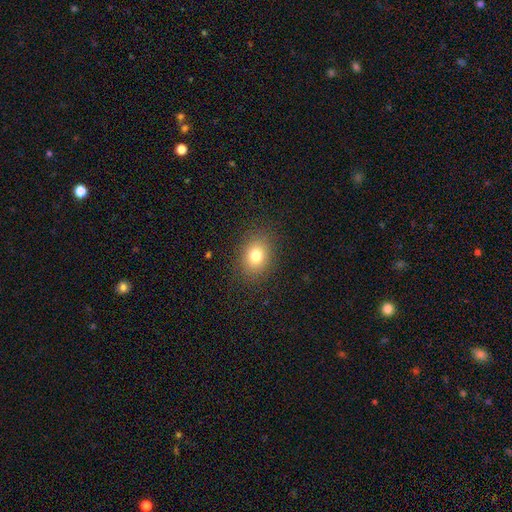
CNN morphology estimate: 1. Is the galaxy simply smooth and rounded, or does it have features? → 78% smooth, 12% star or artifact, 10% featured or disk.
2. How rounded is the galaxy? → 54% round, 46% in between, 1% cigar-shaped.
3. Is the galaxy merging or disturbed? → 87% none, 8% minor disturbance, 3% major disturbance, 1% merger.